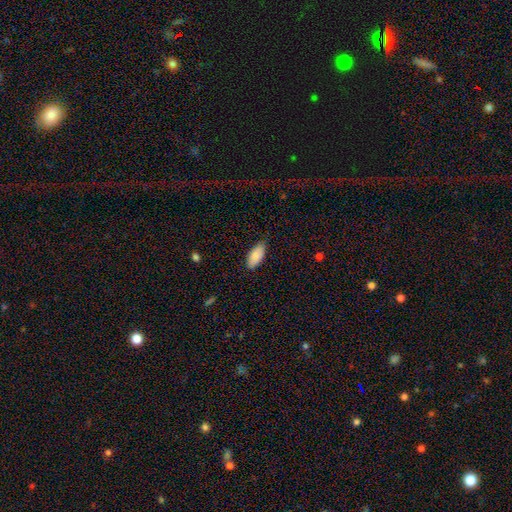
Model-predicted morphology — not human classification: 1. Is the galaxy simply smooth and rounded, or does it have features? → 84% smooth, 10% featured or disk, 6% star or artifact.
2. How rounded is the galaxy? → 92% in between, 6% cigar-shaped, 2% round.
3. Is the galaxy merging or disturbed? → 82% none, 15% minor disturbance, 2% major disturbance, 1% merger.